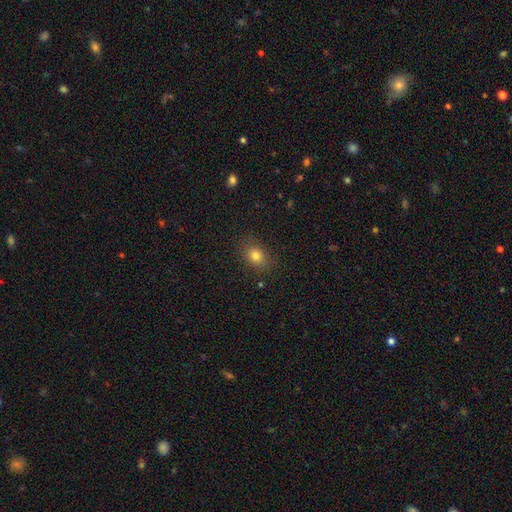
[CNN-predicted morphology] Q: Smooth or featured?
A: smooth (80%); runner-up: star or artifact (13%)
Q: How rounded?
A: in between (55%); runner-up: round (43%)
Q: Merging?
A: none (84%); runner-up: minor disturbance (11%)